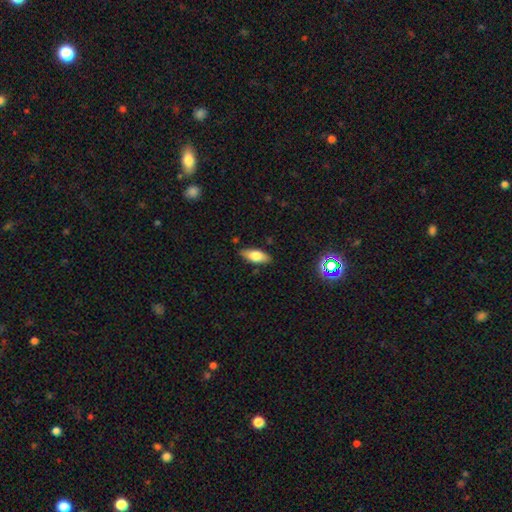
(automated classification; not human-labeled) Smooth or featured?
  - smooth: 74% *
  - featured or disk: 19%
  - star or artifact: 7%
How rounded?
  - in between: 80% *
  - cigar-shaped: 17%
  - round: 3%
Merging?
  - none: 84% *
  - minor disturbance: 12%
  - major disturbance: 2%
  - merger: 2%